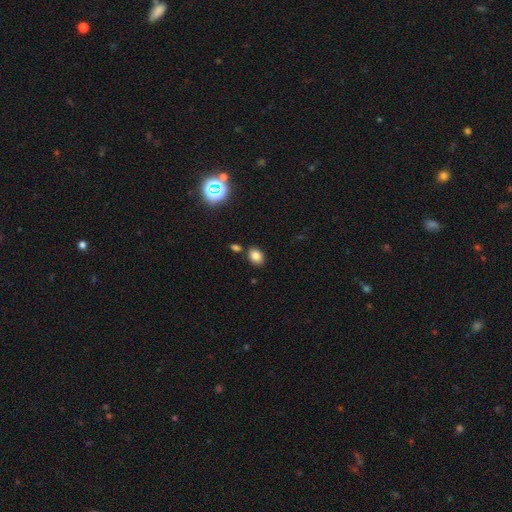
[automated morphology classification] The model was most divided on "how rounded": in between: 68%, round: 31%, cigar-shaped: 1%. More confident: smooth or featured — smooth (81%); merging — none (79%).